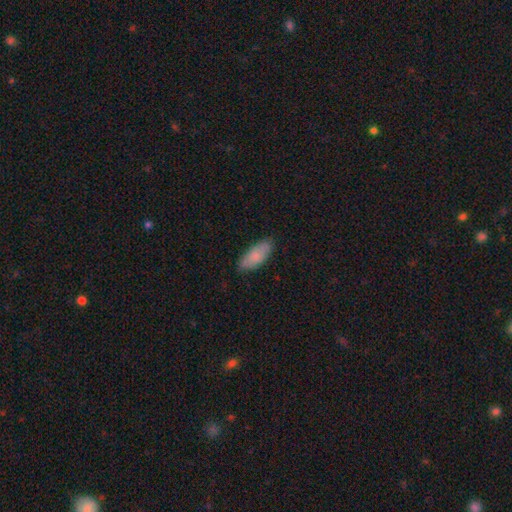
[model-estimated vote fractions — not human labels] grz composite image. It shows a smooth galaxy with no disk features (82%) that is in between round and cigar-shaped (81%). Merging: none (82%).